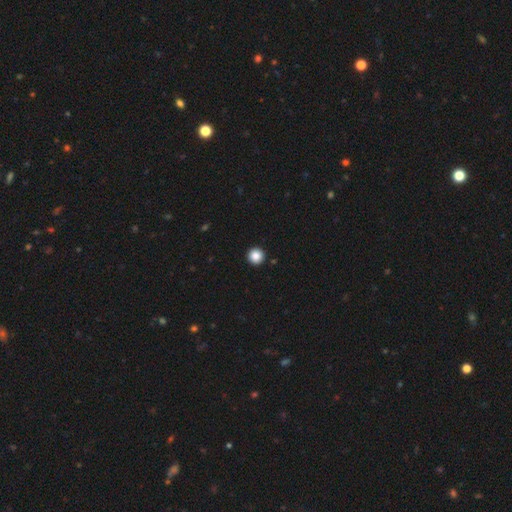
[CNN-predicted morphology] Smooth or featured? smooth (87%)
How rounded? round (97%)
Merging? none (94%)